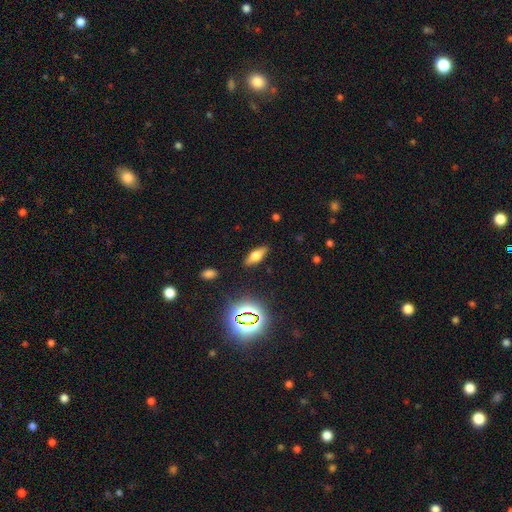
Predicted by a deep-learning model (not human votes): This appears to be a smooth galaxy with no disk features (52%) that is in between round and cigar-shaped (68%). Merging: none (86%).